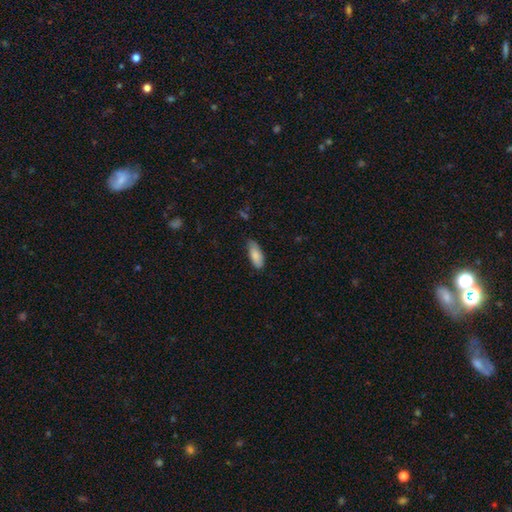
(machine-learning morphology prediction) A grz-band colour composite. It shows a smooth galaxy with no disk features (84%) that is in between round and cigar-shaped (82%). Merging: none (70%).